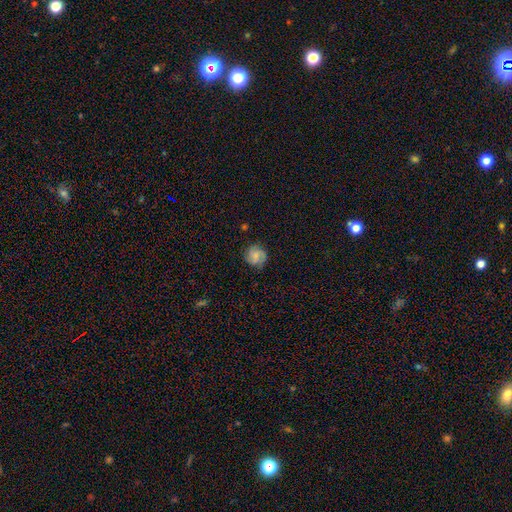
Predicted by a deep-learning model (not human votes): The model was most divided on "smooth or featured": smooth: 50%, featured or disk: 42%, star or artifact: 8%. More confident: merging — none (75%).